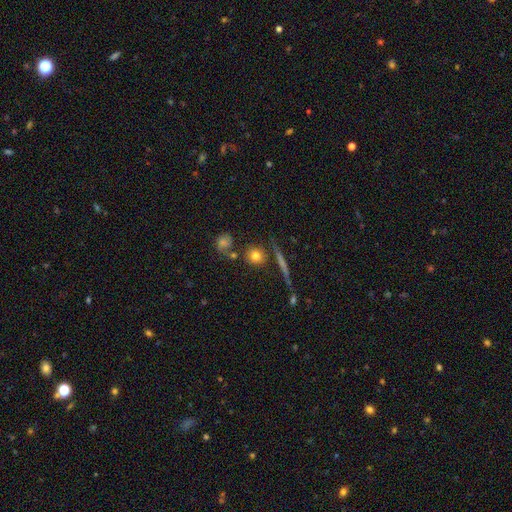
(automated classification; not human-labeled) smooth_or_featured: smooth (p=0.75) [alt: featured or disk p=0.14]
how_rounded: round (p=0.87) [alt: in between p=0.10]
merging: none (p=0.72) [alt: merger p=0.11]